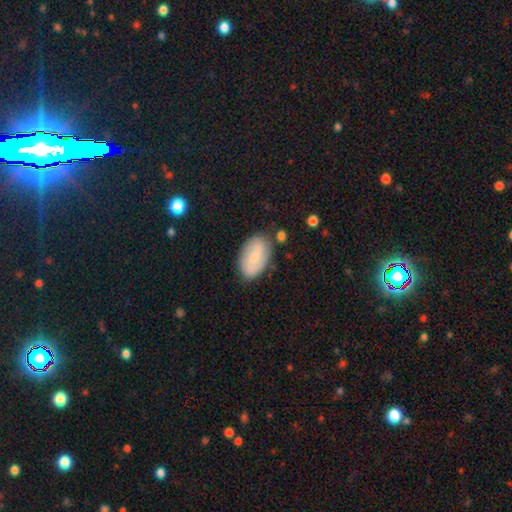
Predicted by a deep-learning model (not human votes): Q: Smooth or featured?
A: smooth (51%); runner-up: featured or disk (42%)
Q: How rounded?
A: in between (92%); runner-up: round (6%)
Q: Merging?
A: none (76%); runner-up: minor disturbance (17%)